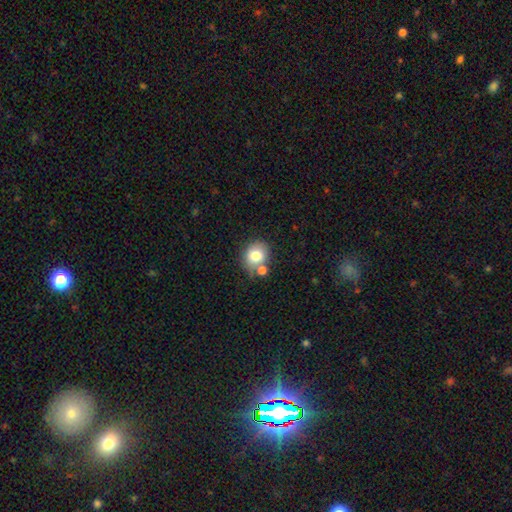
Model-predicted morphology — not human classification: Smooth or featured? Predicted: smooth (p=0.78). How rounded? Predicted: round (p=0.68). Merging? Predicted: none (p=0.55).